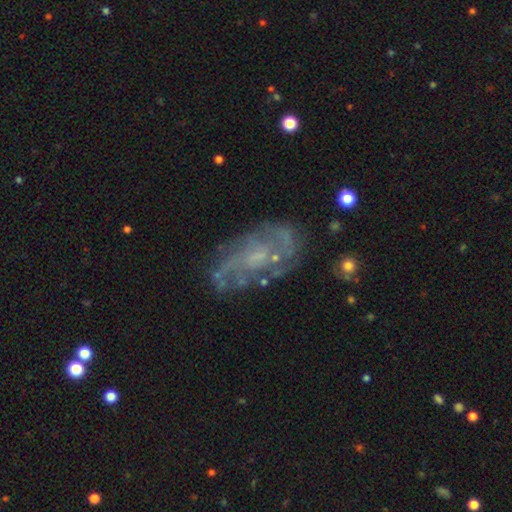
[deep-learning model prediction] Q: Smooth or featured?
A: featured or disk (77%); runner-up: smooth (15%)
Q: Edge-on disk?
A: no (95%); runner-up: yes (5%)
Q: Bar?
A: no (60%); runner-up: weak (33%)
Q: Spiral arms?
A: yes (82%); runner-up: no (18%)
Q: Spiral winding?
A: medium (42%); runner-up: tight (32%)
Q: Spiral arm count?
A: can't tell (38%); runner-up: 2 (31%)
Q: Bulge size?
A: small (43%); runner-up: none (35%)
Q: Merging?
A: none (67%); runner-up: minor disturbance (19%)